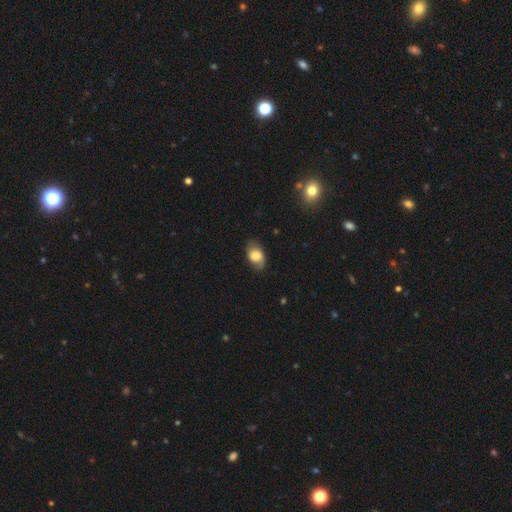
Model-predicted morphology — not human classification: smooth_or_featured: smooth (p=0.73) [alt: featured or disk p=0.19]
how_rounded: in between (p=0.85) [alt: round p=0.13]
merging: none (p=0.72) [alt: minor disturbance p=0.21]